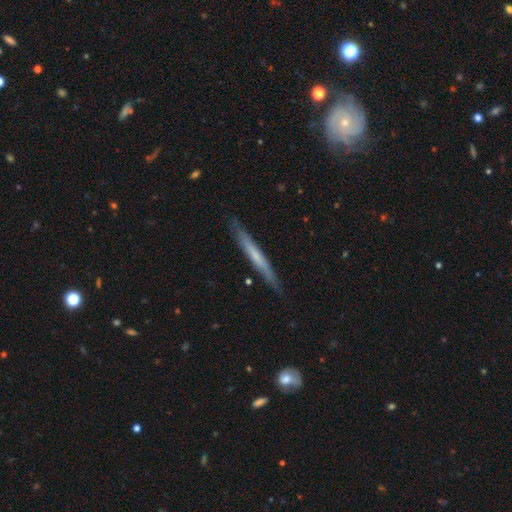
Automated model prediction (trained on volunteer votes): Overall: featured or disk (48%; smooth 47%). Merging: none (86%).